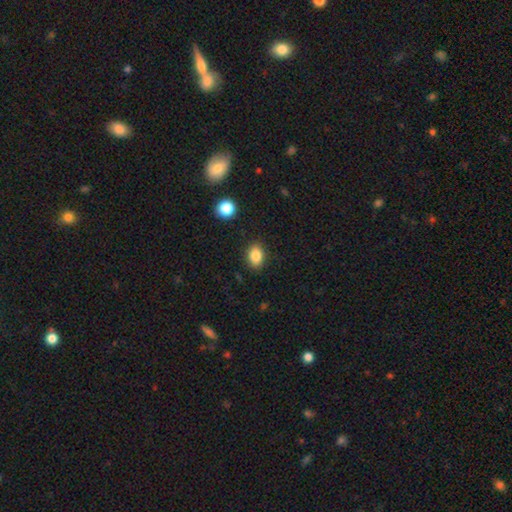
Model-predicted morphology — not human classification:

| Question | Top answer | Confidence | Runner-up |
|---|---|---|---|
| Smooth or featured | smooth | 85% | star or artifact (10%) |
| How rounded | in between | 69% | round (30%) |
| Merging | none | 86% | minor disturbance (10%) |